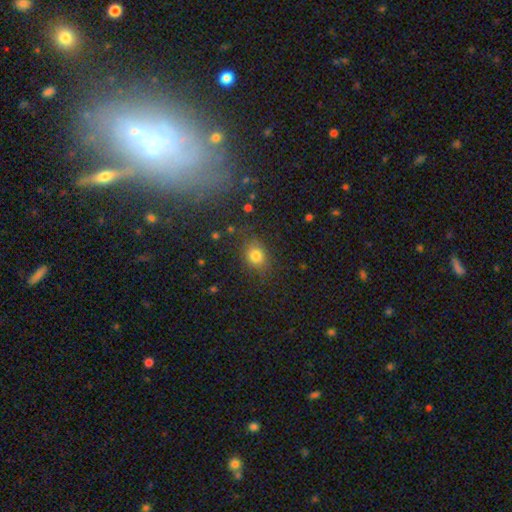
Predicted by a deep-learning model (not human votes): A smooth galaxy with no disk features (77%) that is round (57%). Merging: none (77%).